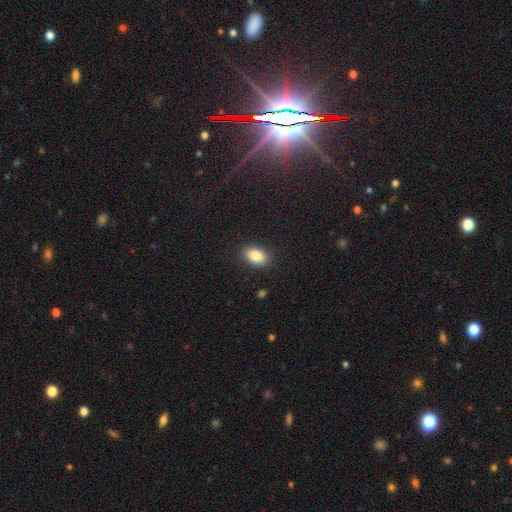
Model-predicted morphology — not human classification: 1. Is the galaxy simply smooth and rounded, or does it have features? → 86% smooth, 8% star or artifact, 6% featured or disk.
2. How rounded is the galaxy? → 87% in between, 12% round, 1% cigar-shaped.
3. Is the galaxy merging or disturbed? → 88% none, 9% minor disturbance, 2% major disturbance, 1% merger.